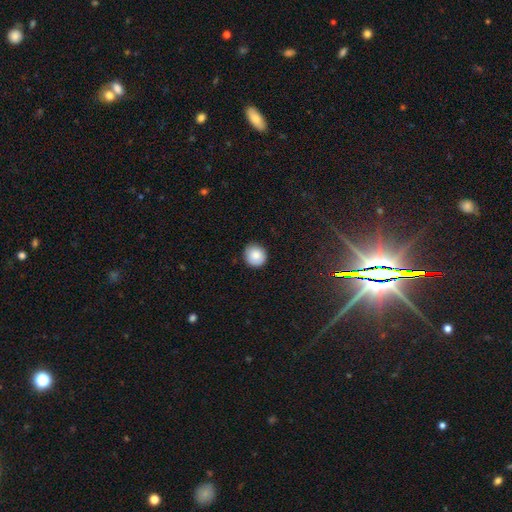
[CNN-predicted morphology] smooth 84%, star or artifact 8%, featured or disk 8%. Down the decision tree: how rounded — round (90%); merging — none (86%).